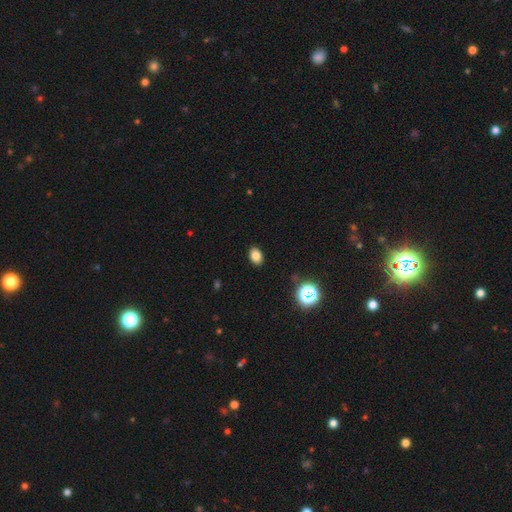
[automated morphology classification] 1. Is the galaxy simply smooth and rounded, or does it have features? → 81% smooth, 13% star or artifact, 6% featured or disk.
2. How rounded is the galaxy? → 79% in between, 20% round, 1% cigar-shaped.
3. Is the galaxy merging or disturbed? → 90% none, 7% minor disturbance, 2% major disturbance, 1% merger.